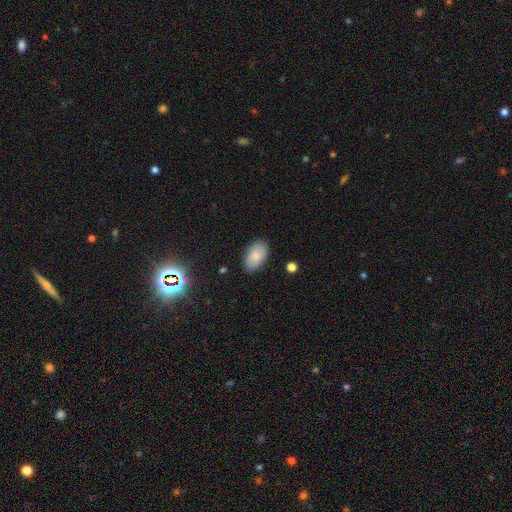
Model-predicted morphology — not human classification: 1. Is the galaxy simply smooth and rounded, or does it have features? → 82% smooth, 10% featured or disk, 8% star or artifact.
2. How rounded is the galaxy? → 92% in between, 6% round, 1% cigar-shaped.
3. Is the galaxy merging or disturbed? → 83% none, 13% minor disturbance, 3% major disturbance, 1% merger.